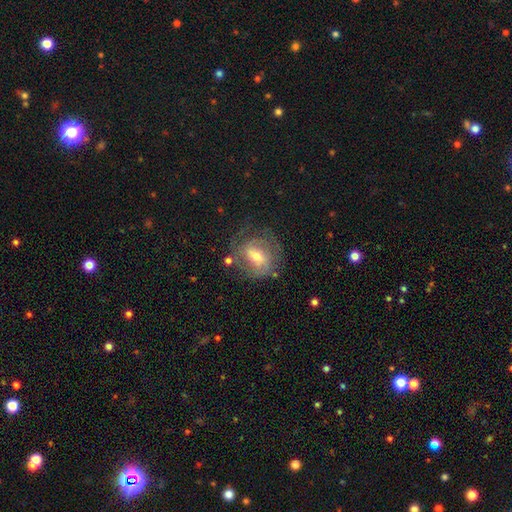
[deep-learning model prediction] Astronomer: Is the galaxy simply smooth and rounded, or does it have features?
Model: featured or disk — 71%.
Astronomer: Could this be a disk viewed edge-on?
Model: no — 96%.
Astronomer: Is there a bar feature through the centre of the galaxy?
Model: weak — 47% (runner-up: no, 30%).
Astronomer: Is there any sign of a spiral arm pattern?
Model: yes — 83%.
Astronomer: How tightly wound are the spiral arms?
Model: tight — 49% (runner-up: medium, 37%).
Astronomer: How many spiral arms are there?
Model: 2 — 40% (runner-up: can't tell, 35%).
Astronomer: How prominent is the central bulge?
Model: moderate — 54% (runner-up: small, 40%).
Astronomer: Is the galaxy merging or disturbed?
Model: none — 63%.